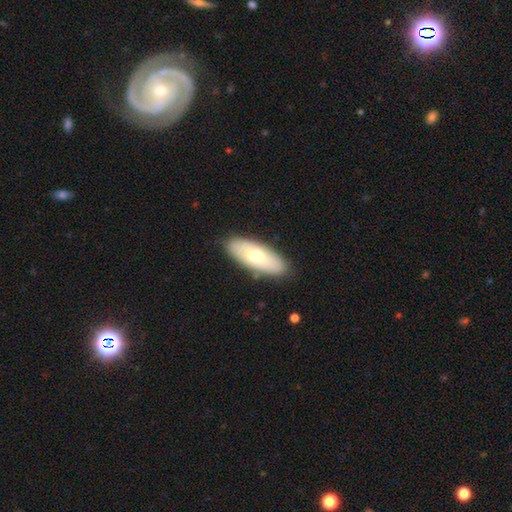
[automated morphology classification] Smooth or featured: smooth — 64% (featured or disk — 31%)
How rounded: in between — 78% (cigar-shaped — 20%)
Merging: none — 86% (minor disturbance — 10%)